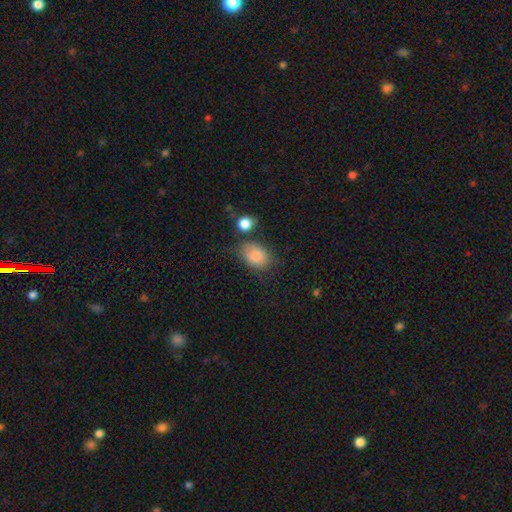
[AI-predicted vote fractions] Smooth or featured: smooth — 85% (star or artifact — 8%)
How rounded: in between — 73% (round — 26%)
Merging: none — 58% (minor disturbance — 22%)